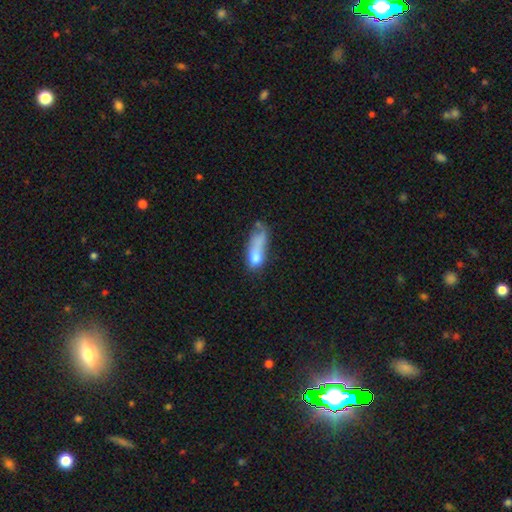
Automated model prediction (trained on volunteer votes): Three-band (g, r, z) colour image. It shows a smooth galaxy with no disk features (63%) that is in between round and cigar-shaped (58%). Merging: major disturbance (32%).